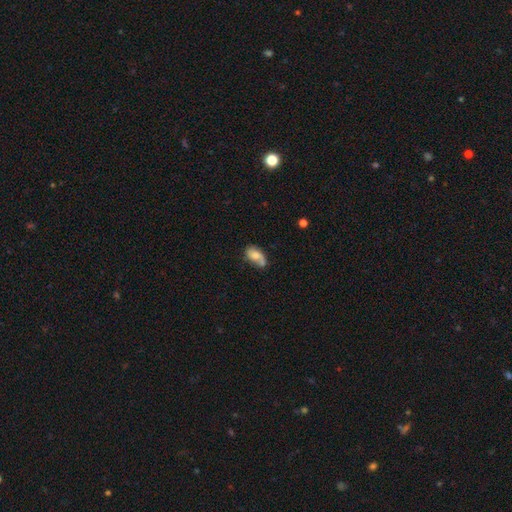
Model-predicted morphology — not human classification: smooth 61%, featured or disk 30%, star or artifact 9%. Down the decision tree: how rounded — in between (89%); merging — none (41%).